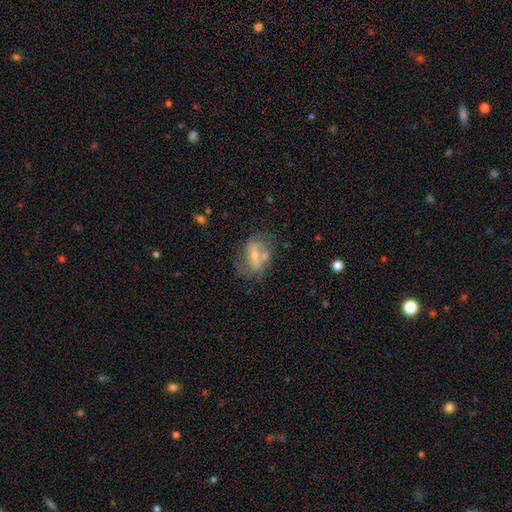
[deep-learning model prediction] Smooth or featured? featured or disk (55%)
Edge-on disk? no (92%)
Bar? weak (35%)
Spiral arms? no (52%)
Bulge size? small (44%)
Merging? none (40%)